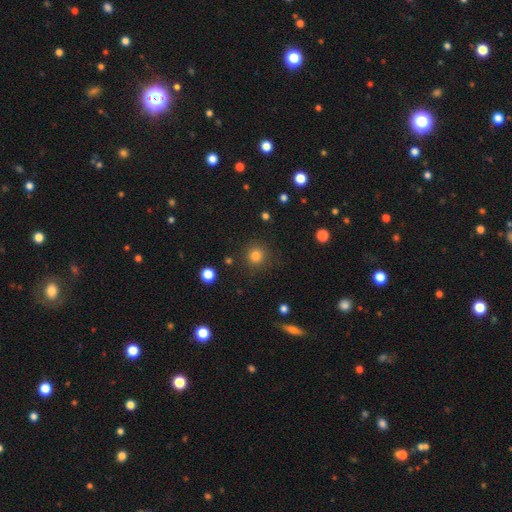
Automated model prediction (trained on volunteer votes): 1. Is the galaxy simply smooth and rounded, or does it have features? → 82% smooth, 13% star or artifact, 5% featured or disk.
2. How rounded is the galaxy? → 94% round, 6% in between, 1% cigar-shaped.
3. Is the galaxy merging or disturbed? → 88% none, 7% minor disturbance, 3% major disturbance, 2% merger.